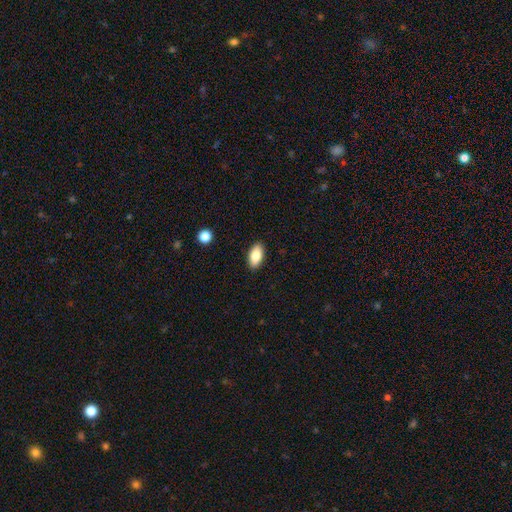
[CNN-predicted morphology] smooth-or-featured: smooth: 84% | featured or disk: 9% | star or artifact: 7%
  how-rounded: in between: 92% | cigar-shaped: 5% | round: 3%
  merging: none: 89% | minor disturbance: 8% | major disturbance: 2% | merger: 1%